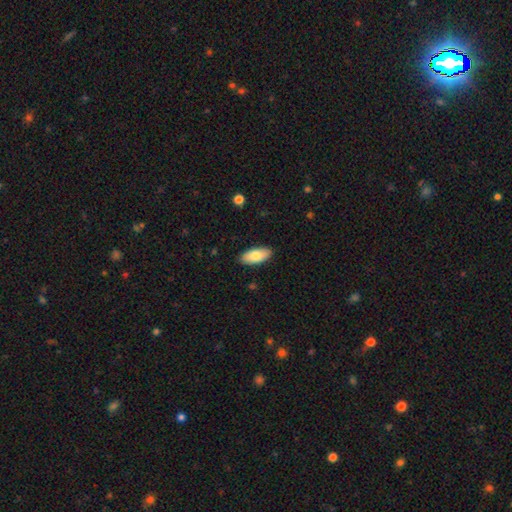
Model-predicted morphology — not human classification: Smooth or featured? smooth (82%)
How rounded? in between (90%)
Merging? none (89%)